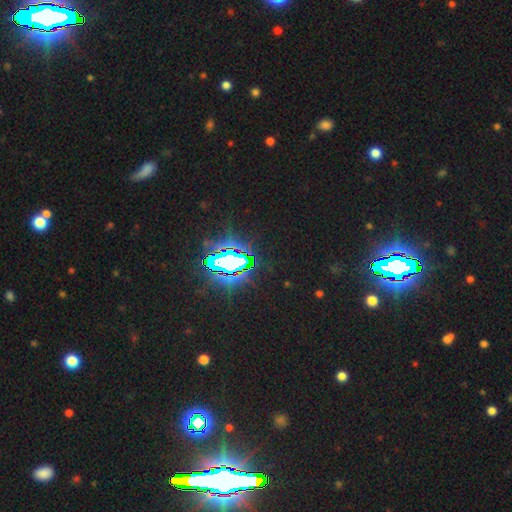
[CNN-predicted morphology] This is clearly a star or artifact rather than a galaxy (83%).